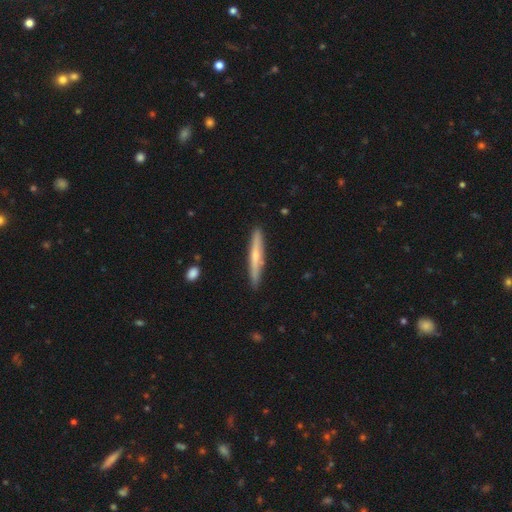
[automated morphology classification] A featured or disk galaxy (50%).

Vote fractions:
- Smooth or featured? featured or disk: 50% / smooth: 45% / star or artifact: 6%
- Merging? none: 88% / minor disturbance: 9% / major disturbance: 2% / merger: 1%